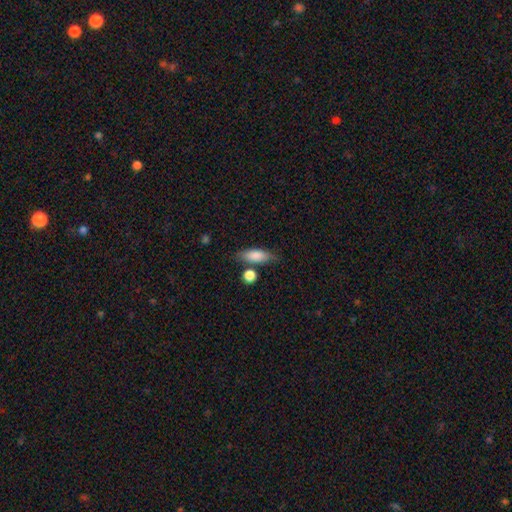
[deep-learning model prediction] This appears to be a smooth galaxy with no disk features (80%) that is in between round and cigar-shaped (65%). Merging: none (68%).